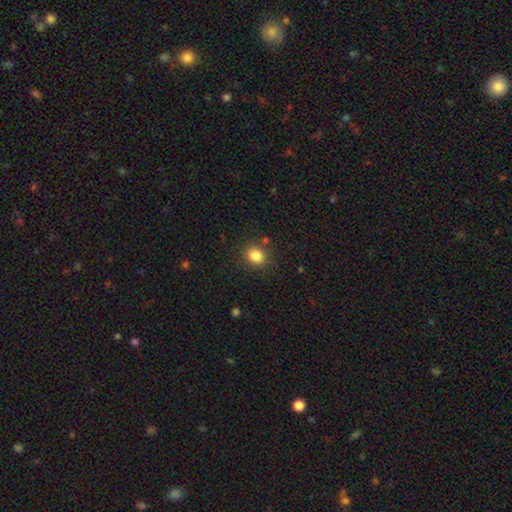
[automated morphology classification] smooth-or-featured: smooth: 84% | star or artifact: 11% | featured or disk: 5%
  how-rounded: round: 66% | in between: 34% | cigar-shaped: 1%
  merging: none: 84% | minor disturbance: 10% | major disturbance: 3% | merger: 3%